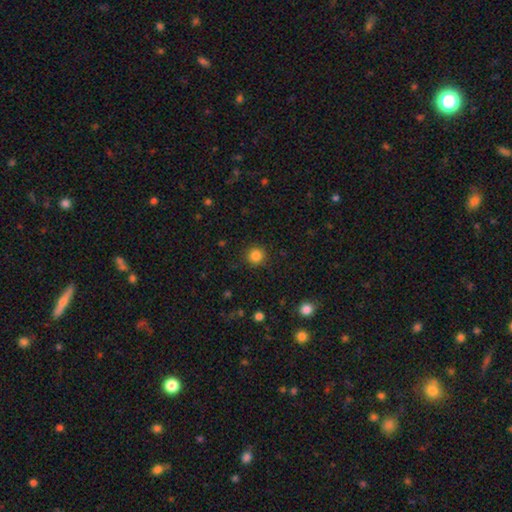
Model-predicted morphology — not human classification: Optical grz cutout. It shows a smooth galaxy with no disk features (84%) that is round (94%). Merging: none (90%).